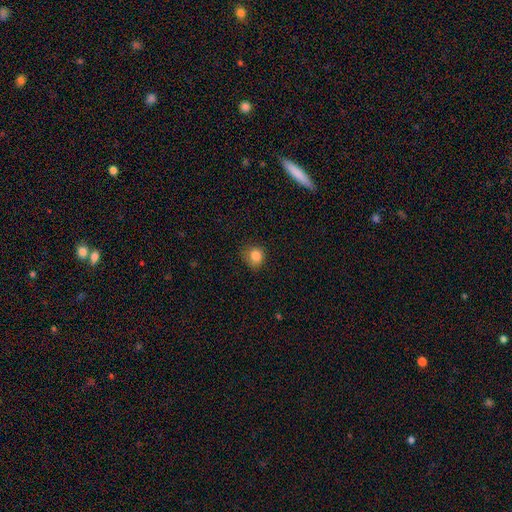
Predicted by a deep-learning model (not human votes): This appears to be a smooth galaxy with no disk features (83%) that is round (78%). Merging: none (71%).